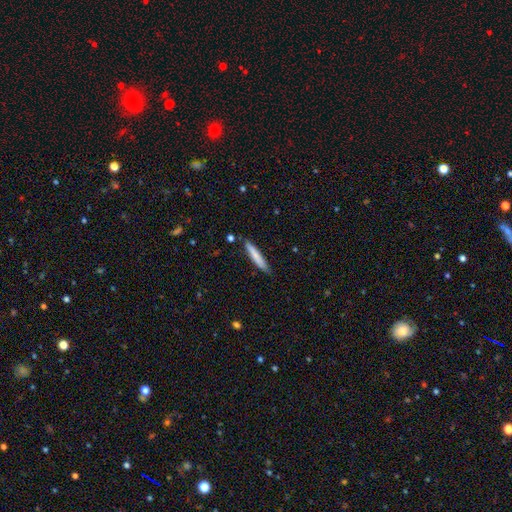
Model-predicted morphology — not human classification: This is likely a smooth galaxy (76%). How rounded: clearly cigar-shaped (93%). Merging: clearly none (85%).